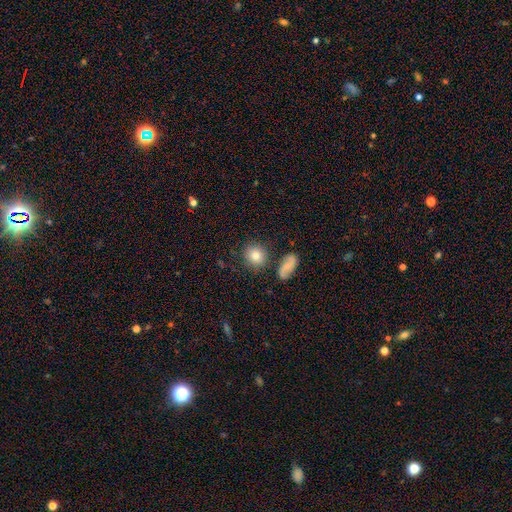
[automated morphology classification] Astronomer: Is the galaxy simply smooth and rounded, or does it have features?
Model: smooth — 77%.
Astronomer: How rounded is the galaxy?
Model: round — 85%.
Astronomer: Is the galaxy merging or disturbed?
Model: none — 80%.